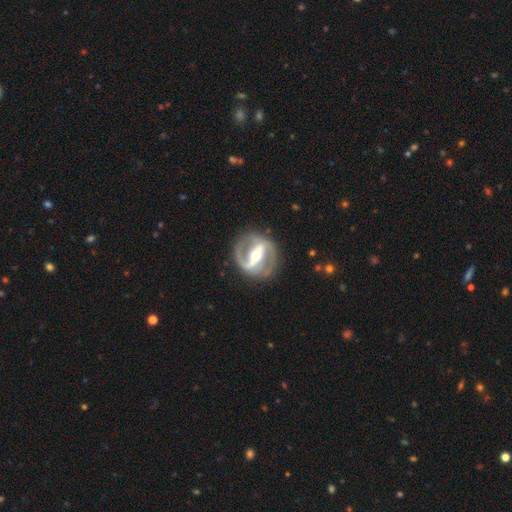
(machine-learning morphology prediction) Smooth or featured: featured or disk — 87% (smooth — 8%)
Edge-on disk: no — 95% (yes — 5%)
Bar: strong — 73% (weak — 19%)
Spiral arms: yes — 84% (no — 16%)
Spiral winding: medium — 48% (tight — 31%)
Spiral arm count: 2 — 87% (1 — 5%)
Bulge size: moderate — 65% (small — 27%)
Merging: none — 81% (minor disturbance — 11%)